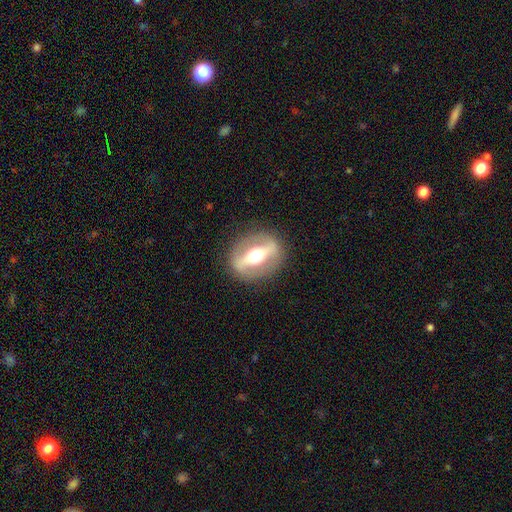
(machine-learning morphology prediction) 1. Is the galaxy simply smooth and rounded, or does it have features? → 76% featured or disk, 18% smooth, 6% star or artifact.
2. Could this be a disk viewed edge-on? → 59% no, 41% yes.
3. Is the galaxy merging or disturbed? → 86% none, 8% minor disturbance, 5% major disturbance, 1% merger.